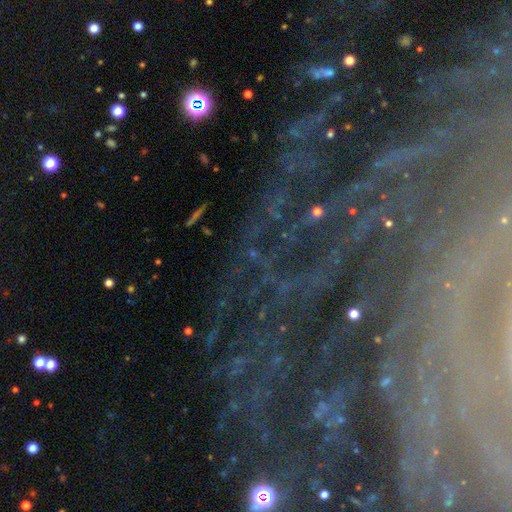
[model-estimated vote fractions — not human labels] A featured or disk galaxy (47%). Merging: none (76%).